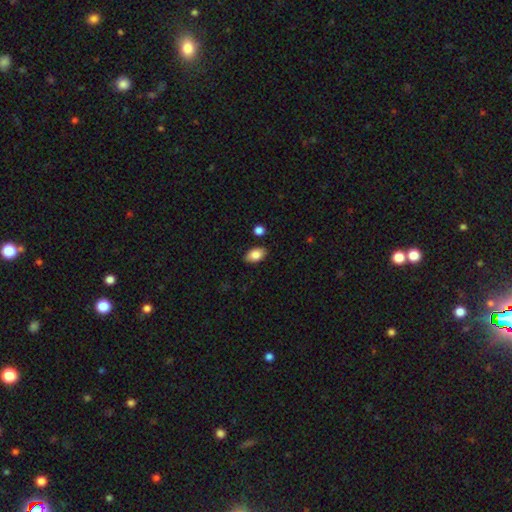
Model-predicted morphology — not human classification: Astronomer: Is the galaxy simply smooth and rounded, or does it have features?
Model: smooth — 85%.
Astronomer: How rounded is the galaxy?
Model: in between — 91%.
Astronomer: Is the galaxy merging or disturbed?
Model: none — 84%.